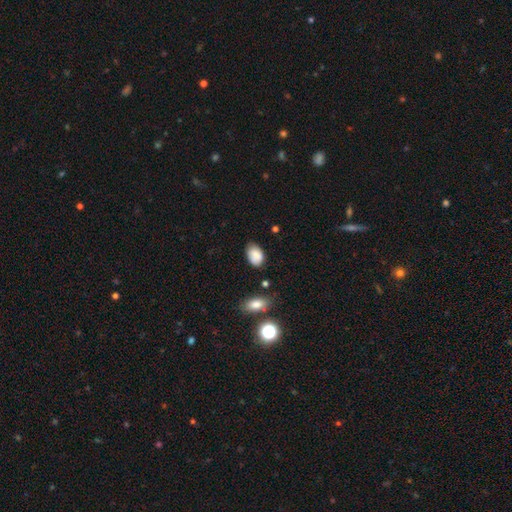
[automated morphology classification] smooth_or_featured: smooth (p=0.85) [alt: star or artifact p=0.08]
how_rounded: in between (p=0.87) [alt: round p=0.11]
merging: none (p=0.72) [alt: minor disturbance p=0.21]